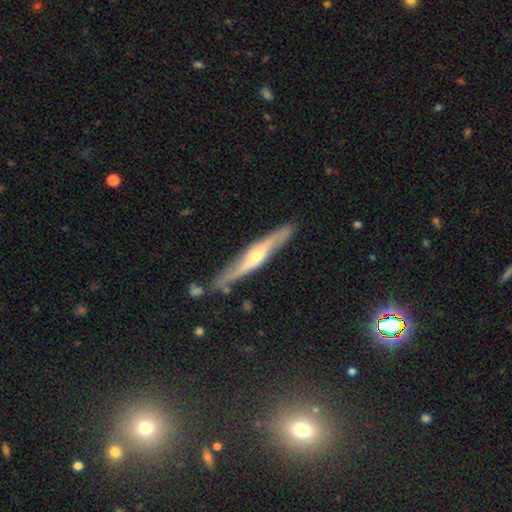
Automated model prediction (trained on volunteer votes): Q: Smooth or featured?
A: featured or disk (70%); runner-up: smooth (24%)
Q: Edge-on disk?
A: yes (88%); runner-up: no (12%)
Q: Edge-on bulge?
A: rounded (84%); runner-up: none (11%)
Q: Merging?
A: none (82%); runner-up: minor disturbance (13%)